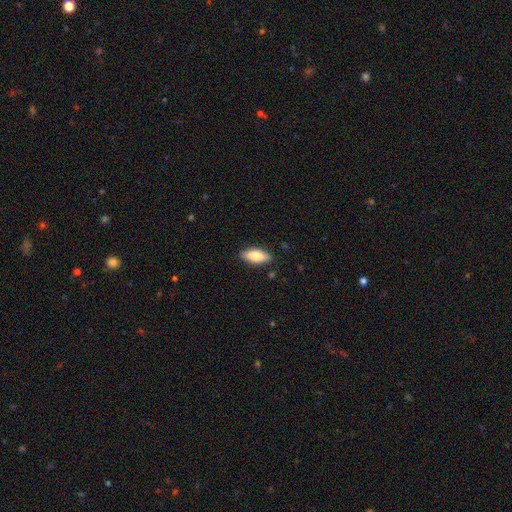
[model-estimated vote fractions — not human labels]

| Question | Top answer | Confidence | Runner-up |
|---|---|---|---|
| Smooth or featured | smooth | 78% | featured or disk (16%) |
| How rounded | in between | 80% | cigar-shaped (18%) |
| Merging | none | 87% | minor disturbance (10%) |